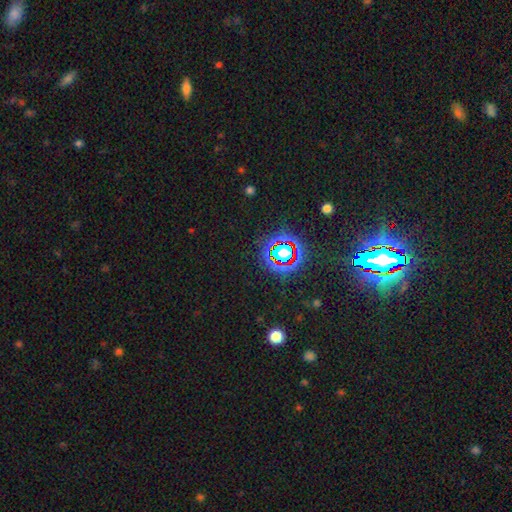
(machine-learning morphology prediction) Smooth or featured: star or artifact — 82% (smooth — 10%)